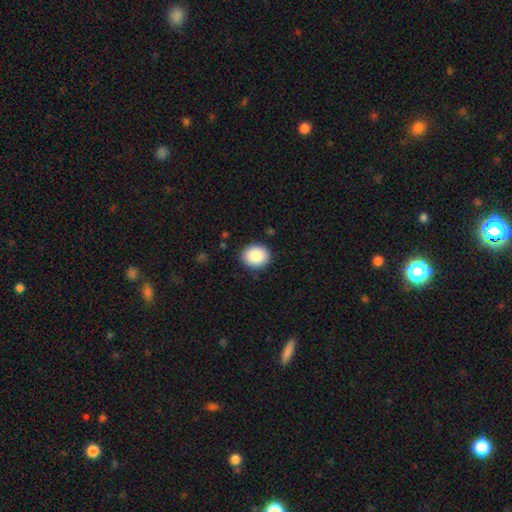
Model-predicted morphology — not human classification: smooth-or-featured: smooth: 89% | star or artifact: 7% | featured or disk: 4%
  how-rounded: round: 62% | in between: 37% | cigar-shaped: 1%
  merging: none: 89% | minor disturbance: 8% | major disturbance: 2% | merger: 1%